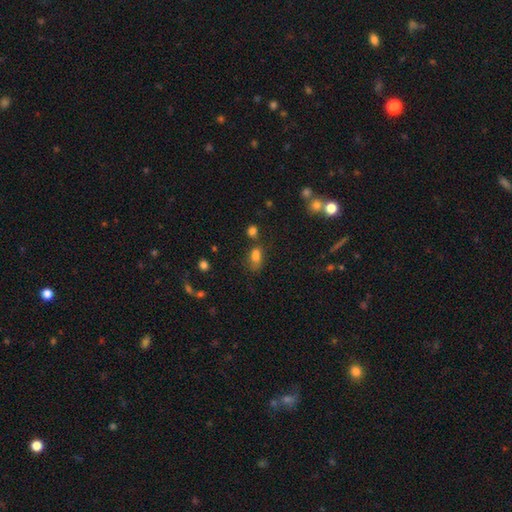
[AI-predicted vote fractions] A smooth galaxy with no disk features (72%) that is in between round and cigar-shaped (75%).

Vote fractions:
- Smooth or featured? smooth: 72% / star or artifact: 16% / featured or disk: 12%
- How rounded? in between: 75% / round: 21% / cigar-shaped: 4%
- Merging? merger: 35% / none: 34% / minor disturbance: 19% / major disturbance: 13%